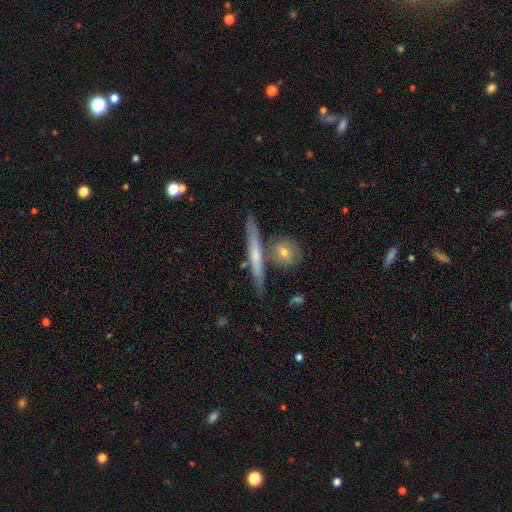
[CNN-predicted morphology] Q: Smooth or featured?
A: featured or disk (57%); runner-up: smooth (37%)
Q: Edge-on disk?
A: yes (93%); runner-up: no (7%)
Q: Edge-on bulge?
A: none (52%); runner-up: rounded (41%)
Q: Merging?
A: none (76%); runner-up: merger (12%)